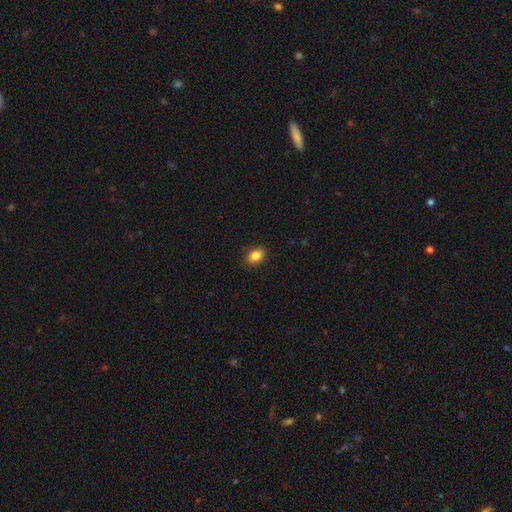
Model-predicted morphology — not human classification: Smooth or featured? smooth (85%)
How rounded? in between (76%)
Merging? none (89%)